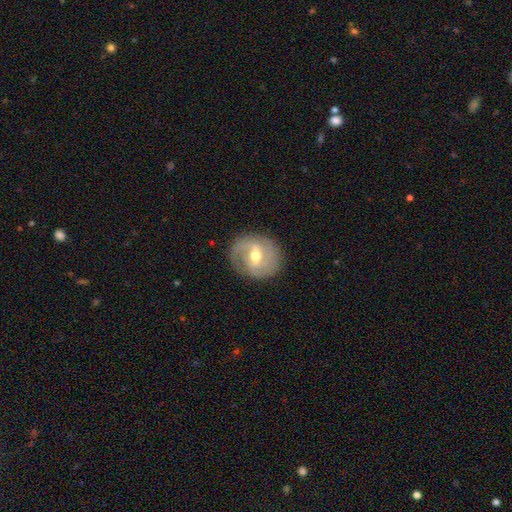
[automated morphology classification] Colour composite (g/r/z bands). It shows a featured or disk galaxy (80%) with a weak bar (55%), 2 (58%) tight (45%) spiral arms (91%) and a moderate central bulge (74%). Merging: none (81%).